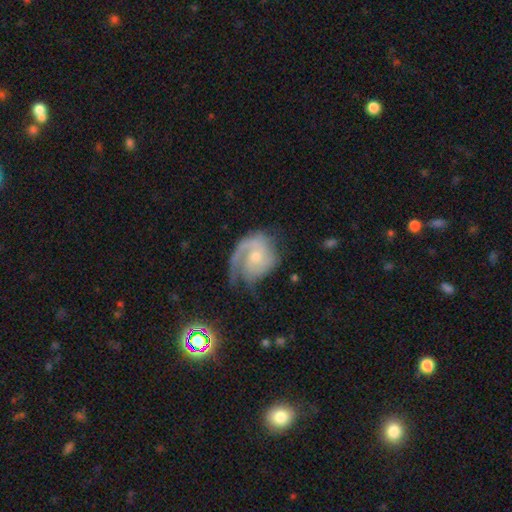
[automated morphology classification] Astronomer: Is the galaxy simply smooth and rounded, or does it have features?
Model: featured or disk — 82%.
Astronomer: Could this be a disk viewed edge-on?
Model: no — 98%.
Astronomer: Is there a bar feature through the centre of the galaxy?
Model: no — 70%.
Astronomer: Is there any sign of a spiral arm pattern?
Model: yes — 95%.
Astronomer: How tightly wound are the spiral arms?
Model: tight — 42% (runner-up: medium, 40%).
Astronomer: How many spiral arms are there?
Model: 1 — 45% (runner-up: 2, 31%).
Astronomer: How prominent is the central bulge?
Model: small — 56% (runner-up: moderate, 38%).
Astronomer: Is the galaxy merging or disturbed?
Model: none — 48% (runner-up: minor disturbance, 25%).